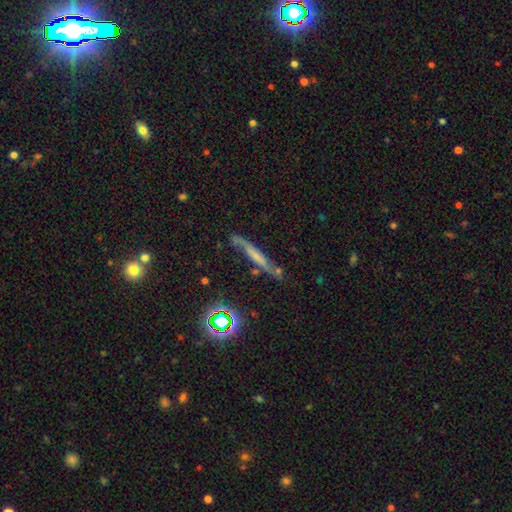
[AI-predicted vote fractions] featured or disk 46%, smooth 38%, star or artifact 16%. Down the decision tree: merging — none (62%).